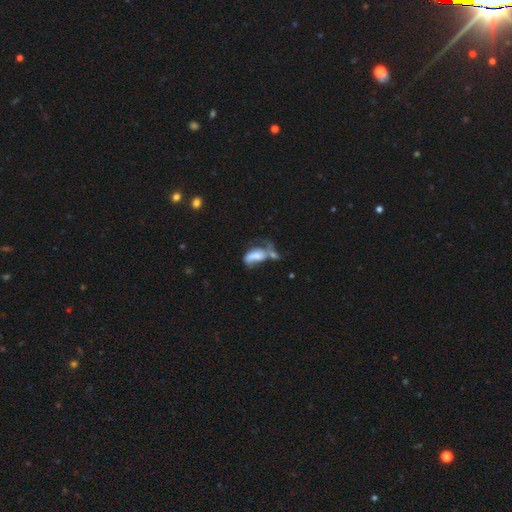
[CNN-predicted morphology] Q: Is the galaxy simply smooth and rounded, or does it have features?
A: smooth — 48%.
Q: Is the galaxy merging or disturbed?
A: merger — 42%.